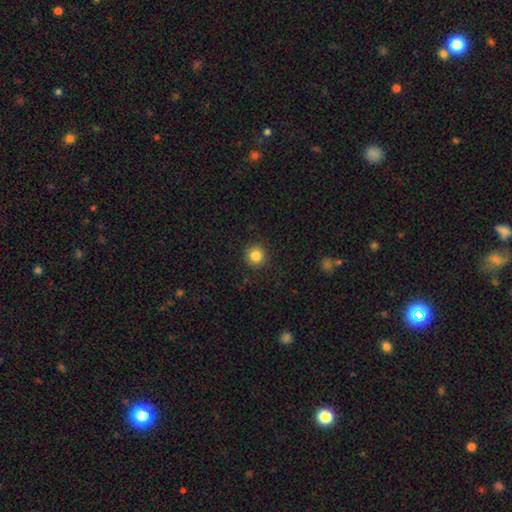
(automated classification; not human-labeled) smooth 85%, star or artifact 11%, featured or disk 5%. Down the decision tree: how rounded — round (95%); merging — none (92%).